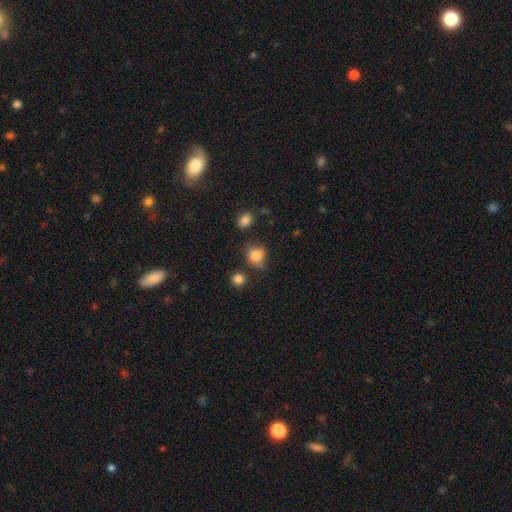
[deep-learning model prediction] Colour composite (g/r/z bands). It shows a smooth galaxy with no disk features (80%) that is round (69%). Merging: none (60%).